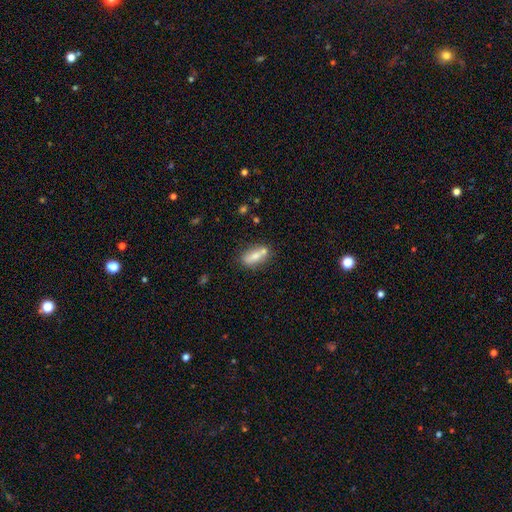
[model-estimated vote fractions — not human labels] A smooth galaxy with no disk features (69%) that is in between round and cigar-shaped (61%). Merging: none (62%).